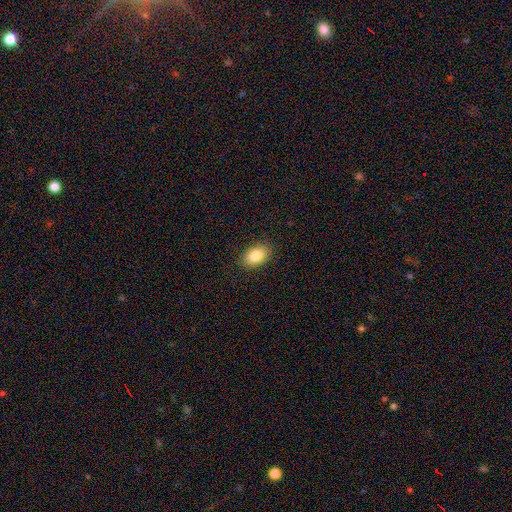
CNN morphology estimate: A smooth galaxy with no disk features (86%) that is in between round and cigar-shaped (89%). Merging: none (88%).